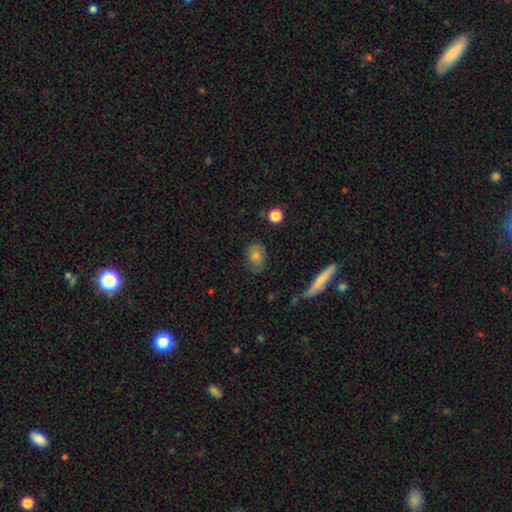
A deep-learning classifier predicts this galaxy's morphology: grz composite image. It shows a smooth galaxy with no disk features (72%) that is in between round and cigar-shaped (62%). Merging: none (79%).